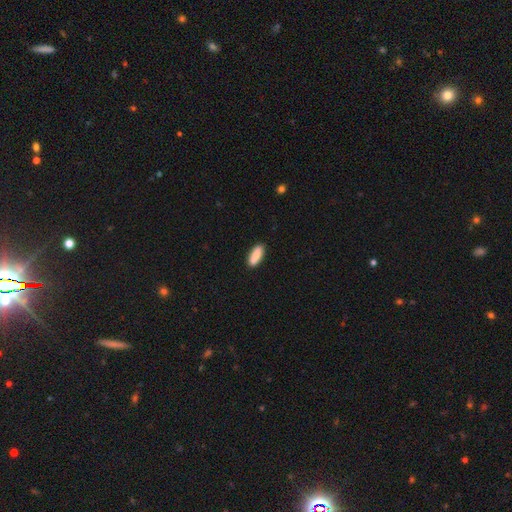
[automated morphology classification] smooth 87%, featured or disk 7%, star or artifact 6%. Down the decision tree: how rounded — in between (63%); merging — none (86%).